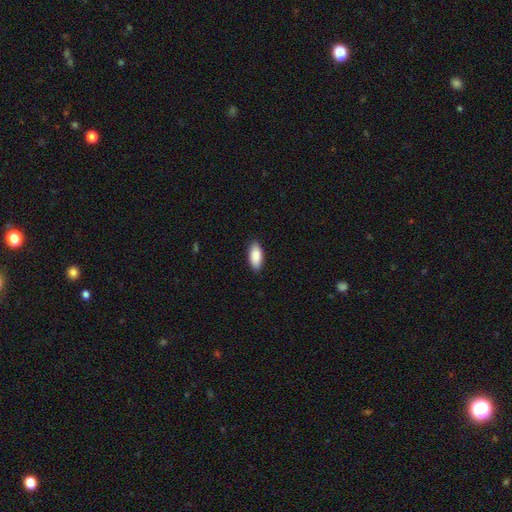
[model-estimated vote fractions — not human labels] Overall: smooth (90%). How rounded: in between (89%). Merging: none (88%).